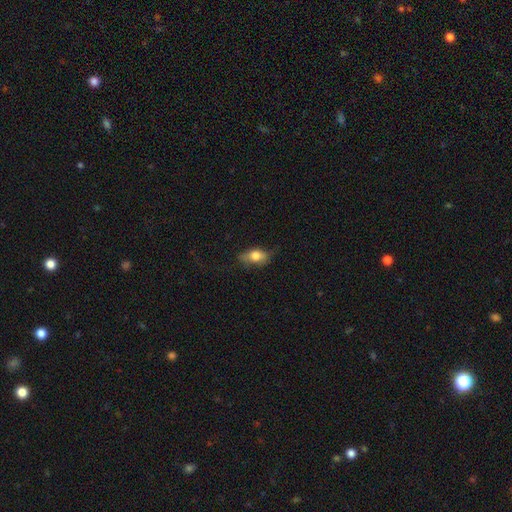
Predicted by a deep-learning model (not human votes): A smooth galaxy with no disk features (72%) that is in between round and cigar-shaped (82%).

Vote fractions:
- Smooth or featured? smooth: 72% / featured or disk: 21% / star or artifact: 8%
- How rounded? in between: 82% / cigar-shaped: 9% / round: 9%
- Merging? none: 67% / minor disturbance: 25% / major disturbance: 7% / merger: 1%